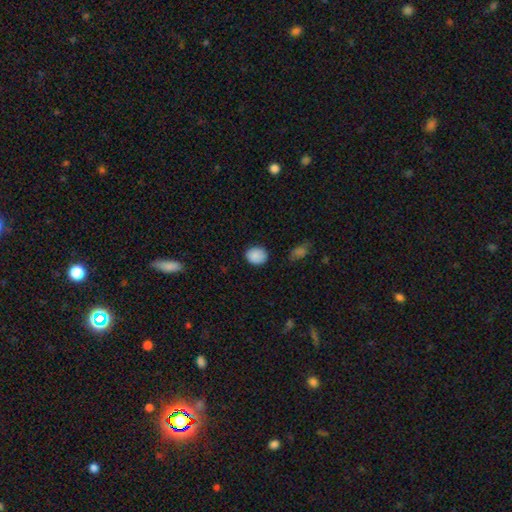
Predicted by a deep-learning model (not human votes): This is clearly a smooth galaxy (88%). How rounded: likely round (66%). Merging: clearly none (81%).